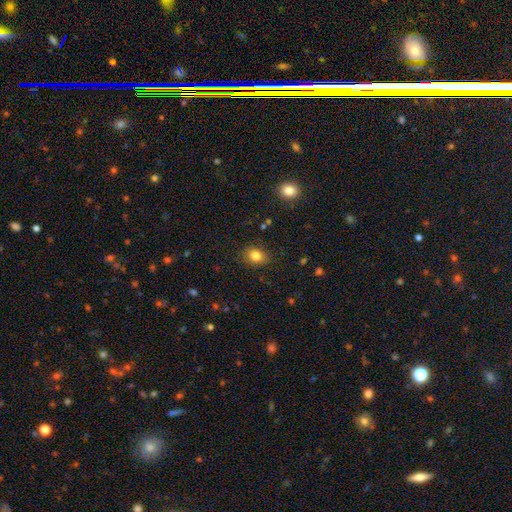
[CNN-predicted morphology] This appears to be a smooth galaxy with no disk features (82%) that is in between round and cigar-shaped (52%). Merging: none (86%).